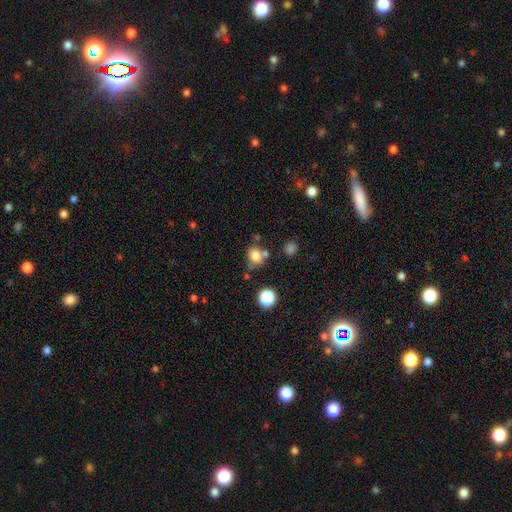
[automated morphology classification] smooth-or-featured: smooth: 78% | star or artifact: 14% | featured or disk: 8%
  how-rounded: round: 65% | in between: 34% | cigar-shaped: 1%
  merging: none: 59% | merger: 19% | minor disturbance: 16% | major disturbance: 6%